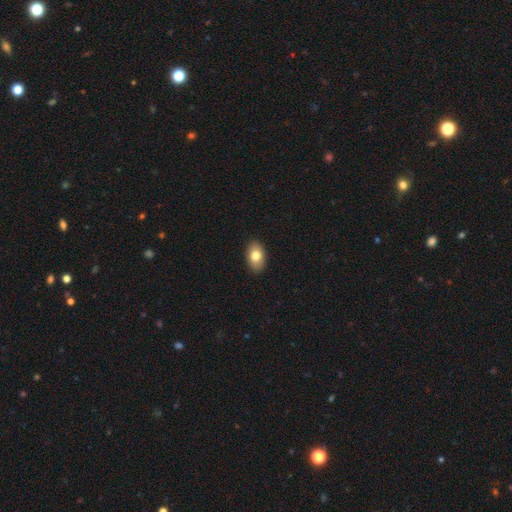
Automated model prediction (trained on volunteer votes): Morphology: type=smooth (79%); roundness=in between (90%); merging=none (90%).